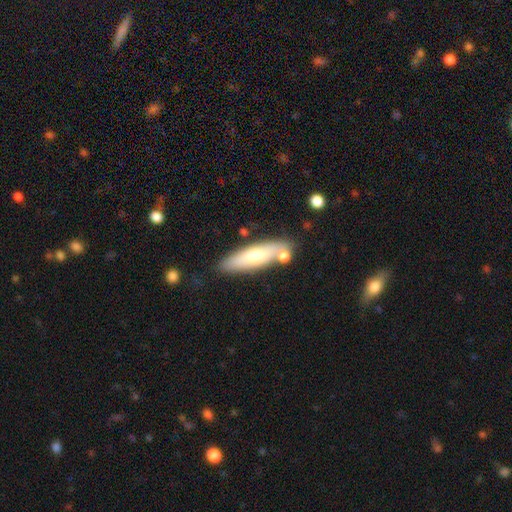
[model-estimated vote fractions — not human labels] Smooth or featured? Predicted: smooth (p=0.63). How rounded? Predicted: cigar-shaped (p=0.60). Merging? Predicted: none (p=0.73).